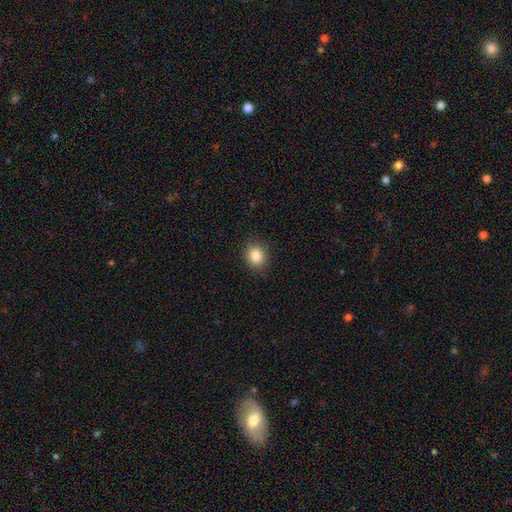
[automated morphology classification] A smooth galaxy with no disk features (85%) that is round (67%).

Vote fractions:
- Smooth or featured? smooth: 85% / star or artifact: 10% / featured or disk: 5%
- How rounded? round: 67% / in between: 32% / cigar-shaped: 1%
- Merging? none: 87% / minor disturbance: 9% / major disturbance: 3% / merger: 1%